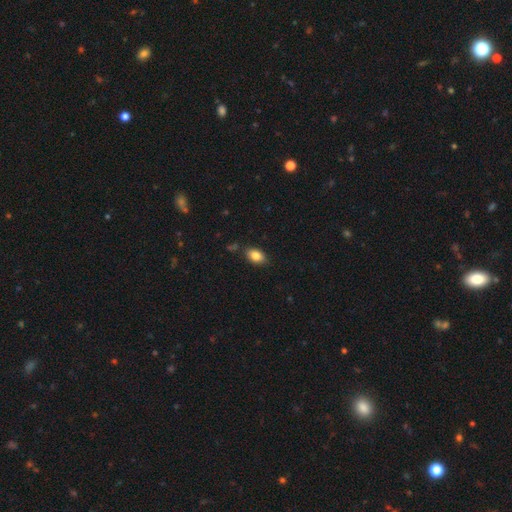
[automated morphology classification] Smooth or featured: smooth — 84% (star or artifact — 8%)
How rounded: in between — 88% (round — 10%)
Merging: none — 83% (minor disturbance — 12%)